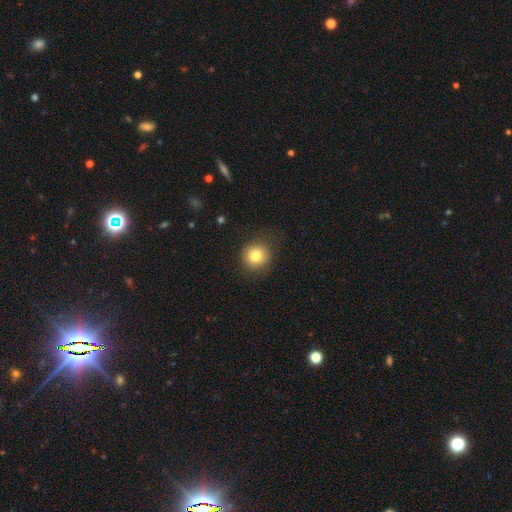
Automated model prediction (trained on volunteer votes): The model was most divided on "smooth or featured": smooth: 80%, star or artifact: 11%, featured or disk: 9%. More confident: how rounded — round (91%); merging — none (85%).